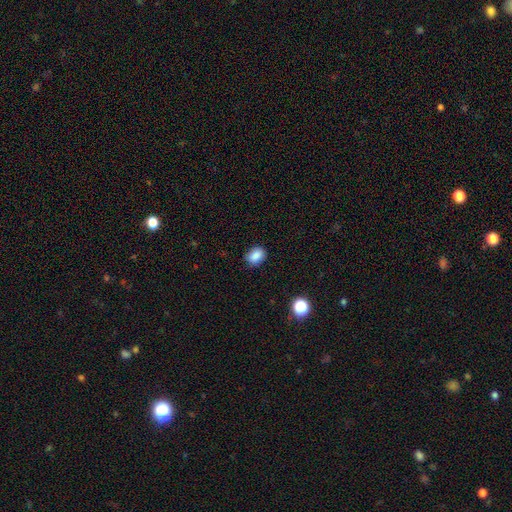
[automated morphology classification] A smooth galaxy with no disk features (86%) that is in between round and cigar-shaped (64%). Merging: none (82%).